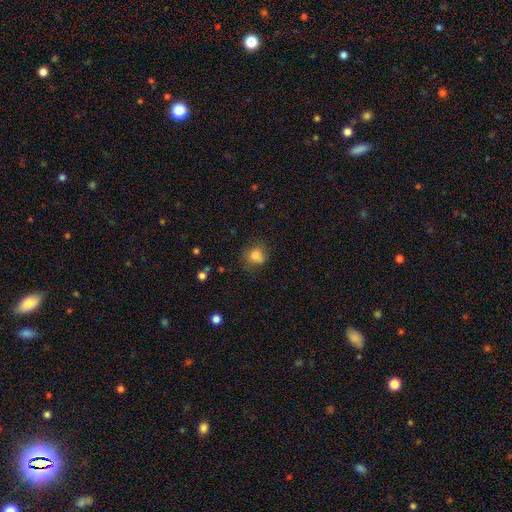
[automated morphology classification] This is clearly a smooth galaxy (82%). How rounded: likely round (77%). Merging: likely none (70%).